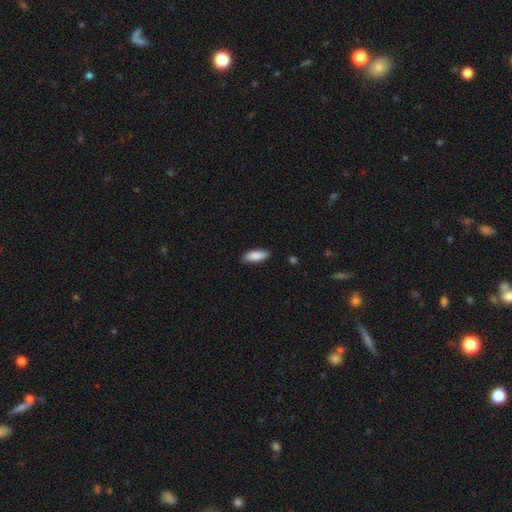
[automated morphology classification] Smooth or featured? smooth (88%)
How rounded? in between (75%)
Merging? none (86%)